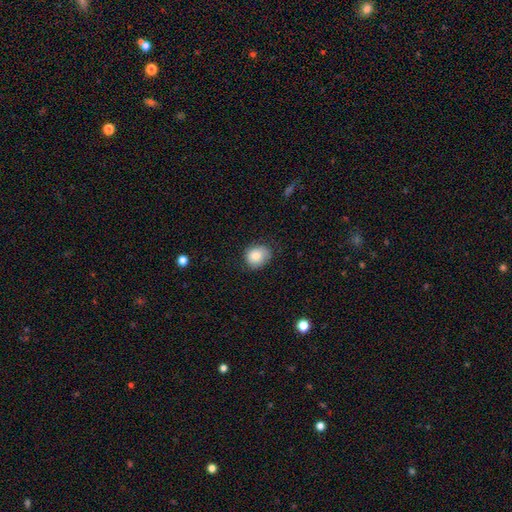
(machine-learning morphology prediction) Smooth or featured: smooth — 81% (featured or disk — 11%)
How rounded: round — 62% (in between — 38%)
Merging: none — 71% (minor disturbance — 23%)